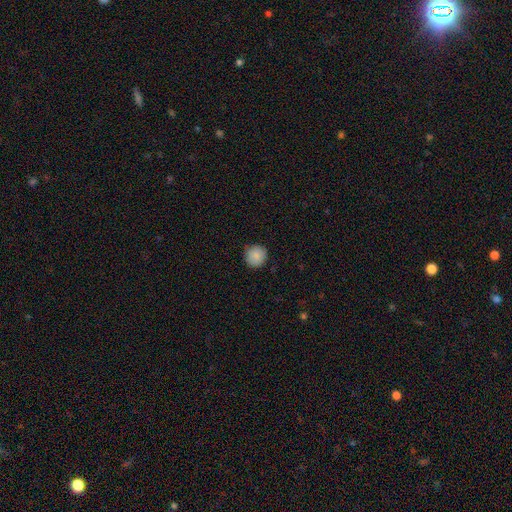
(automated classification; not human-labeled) Morphology: type=smooth (88%); roundness=round (94%); merging=none (89%).